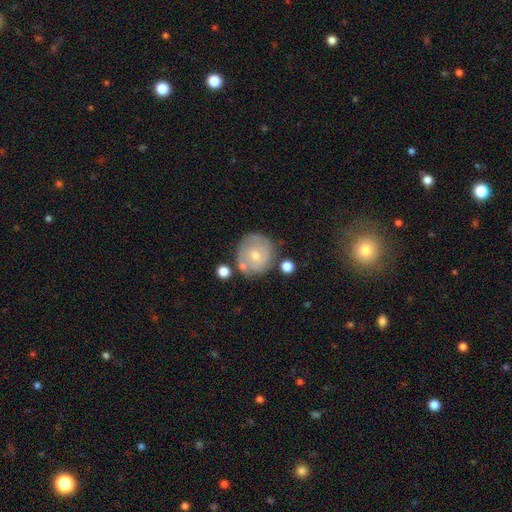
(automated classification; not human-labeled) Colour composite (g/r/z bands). It shows a featured or disk galaxy (48%). Merging: none (67%).